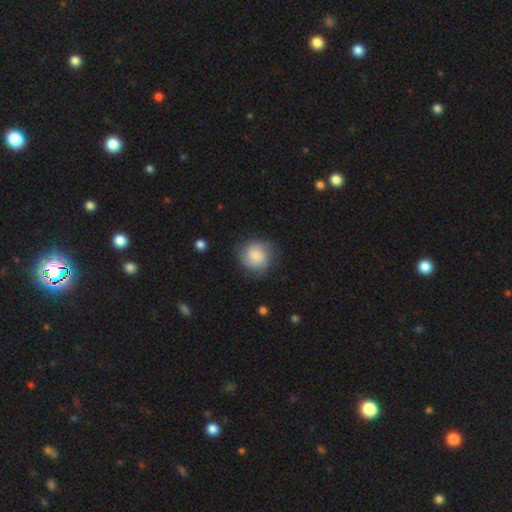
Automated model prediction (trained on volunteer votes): The model was most divided on "smooth or featured": smooth: 55%, featured or disk: 38%, star or artifact: 8%. More confident: how rounded — round (87%); merging — none (74%).